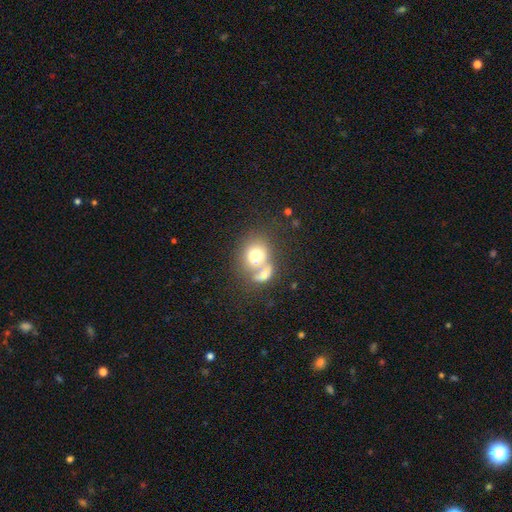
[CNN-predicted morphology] type=smooth (70%); roundness=round (61%); merging=merger (55%).